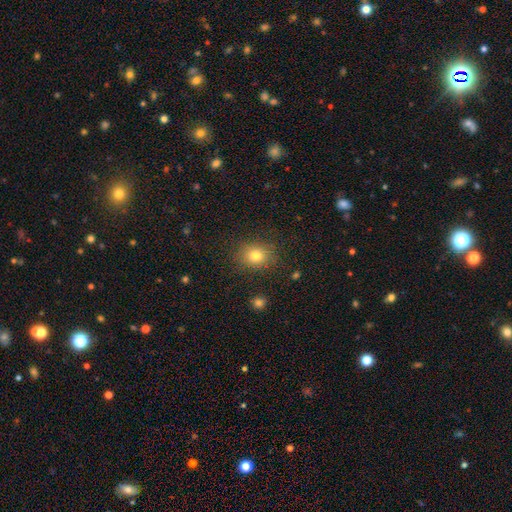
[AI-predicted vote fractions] A smooth galaxy with no disk features (80%) that is round (61%). Merging: none (85%).